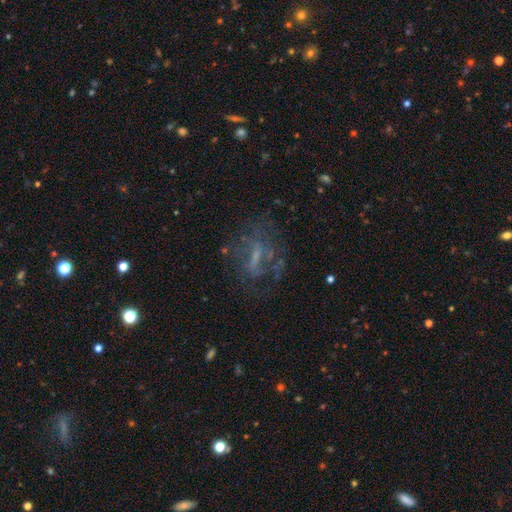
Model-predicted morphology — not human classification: smooth-or-featured: featured or disk: 55% | smooth: 25% | star or artifact: 20%
  disk-edge-on: no: 91% | yes: 9%
    bar: no: 39% | weak: 38% | strong: 23%
    has-spiral-arms: no: 59% | yes: 41%
    bulge-size: none: 42% | small: 34% | moderate: 20% | large: 3% | dominant: 1%
  merging: none: 53% | major disturbance: 26% | minor disturbance: 18% | merger: 3%